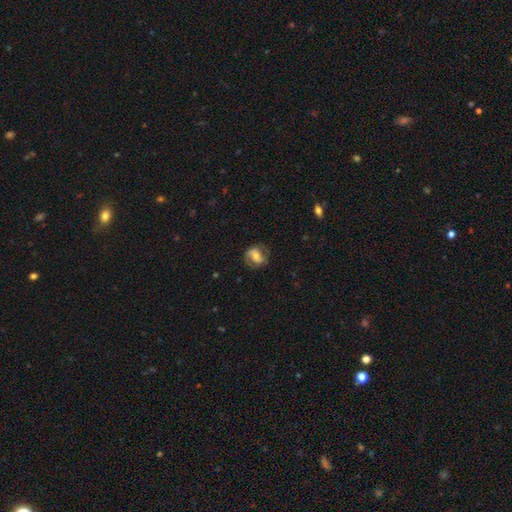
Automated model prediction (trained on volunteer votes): Smooth or featured? Predicted: featured or disk (p=0.50). Merging? Predicted: none (p=0.66).